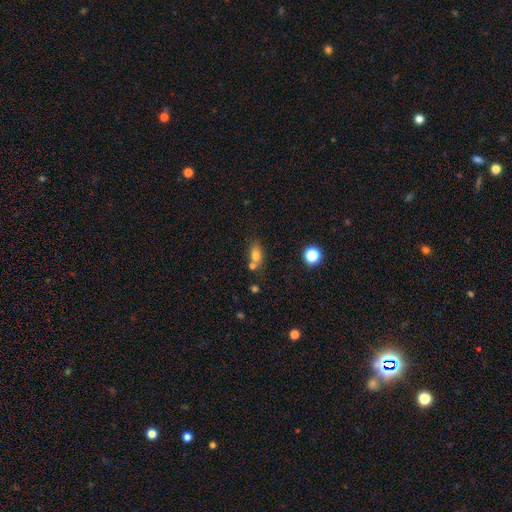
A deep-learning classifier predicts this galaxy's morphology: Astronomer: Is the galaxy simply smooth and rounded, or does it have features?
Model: smooth — 74%.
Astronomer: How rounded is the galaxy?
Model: in between — 71%.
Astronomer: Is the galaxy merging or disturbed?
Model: none — 51% (runner-up: merger, 31%).